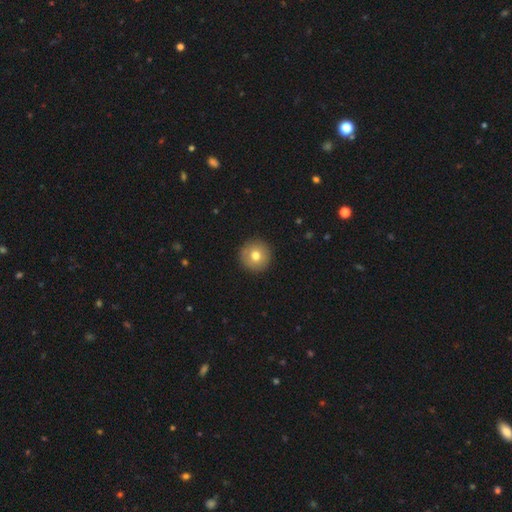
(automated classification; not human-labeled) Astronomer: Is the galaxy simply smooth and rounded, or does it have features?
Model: smooth — 74%.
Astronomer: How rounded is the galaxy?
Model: round — 96%.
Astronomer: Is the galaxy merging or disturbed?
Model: none — 92%.